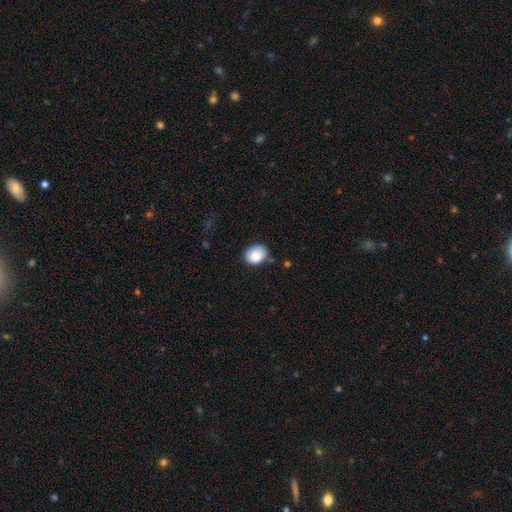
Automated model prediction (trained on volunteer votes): The model was most divided on "how rounded": round: 51%, in between: 48%, cigar-shaped: 1%. More confident: smooth or featured — smooth (85%); merging — none (68%).